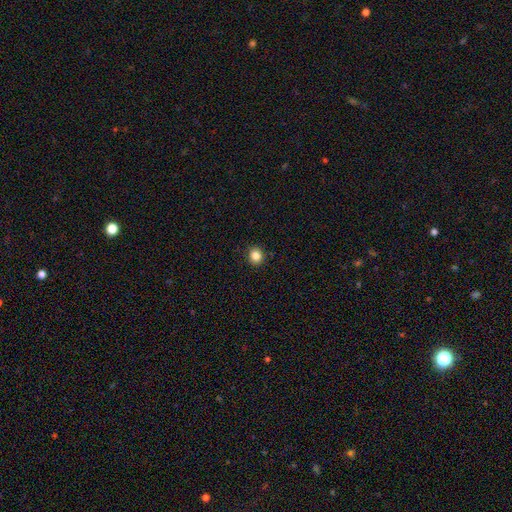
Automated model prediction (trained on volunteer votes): Smooth or featured? smooth (84%)
How rounded? round (87%)
Merging? none (91%)